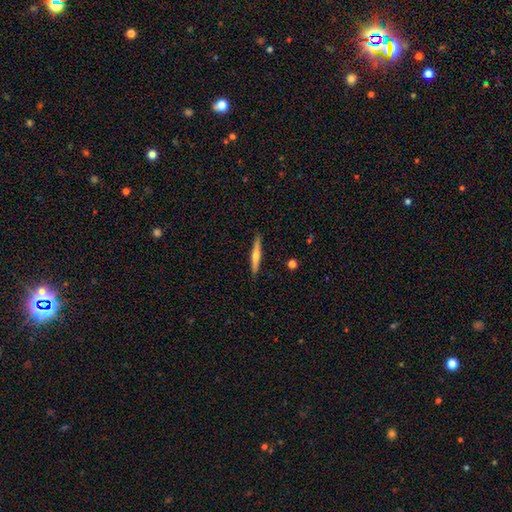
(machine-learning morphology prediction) Smooth or featured?
  - featured or disk: 54% *
  - smooth: 40%
  - star or artifact: 6%
Edge-on disk?
  - yes: 97% *
  - no: 3%
Edge-on bulge?
  - rounded: 79% *
  - none: 15%
  - boxy: 6%
Merging?
  - none: 90% *
  - minor disturbance: 7%
  - major disturbance: 1%
  - merger: 1%